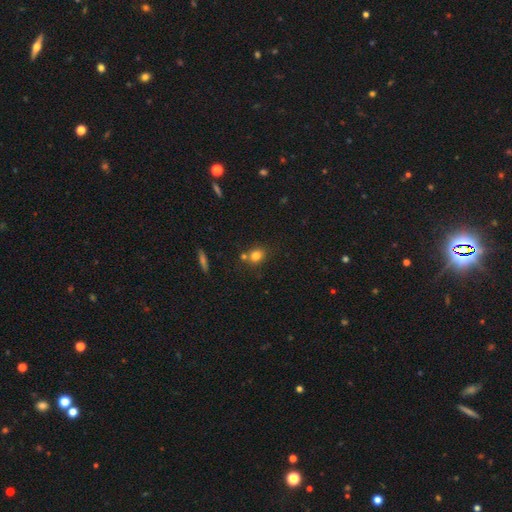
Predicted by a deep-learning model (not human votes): Overall: smooth (79%). How rounded: round (68%; in between 30%). Merging: none (64%).